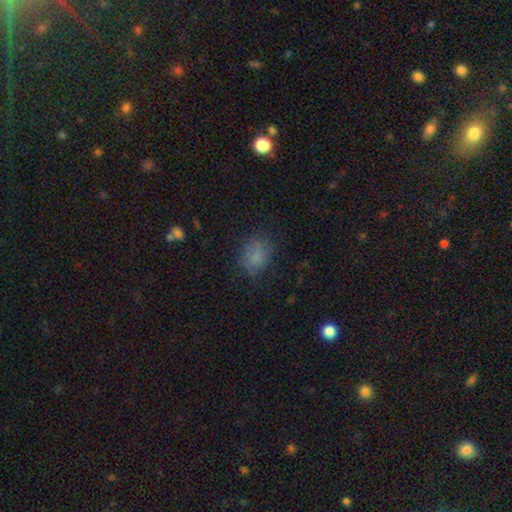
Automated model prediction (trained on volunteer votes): Smooth or featured: smooth — 77% (star or artifact — 12%)
How rounded: in between — 57% (round — 42%)
Merging: none — 71% (minor disturbance — 20%)